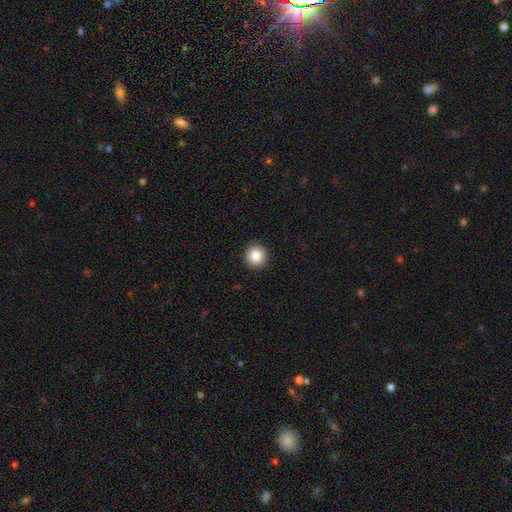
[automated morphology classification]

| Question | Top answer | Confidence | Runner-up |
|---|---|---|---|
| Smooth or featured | smooth | 87% | star or artifact (9%) |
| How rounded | round | 94% | in between (5%) |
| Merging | none | 92% | minor disturbance (5%) |